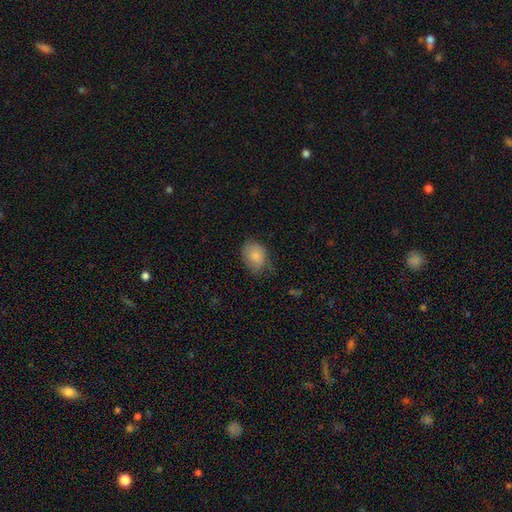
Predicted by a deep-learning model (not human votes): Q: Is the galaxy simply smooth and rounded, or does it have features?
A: smooth — 83%.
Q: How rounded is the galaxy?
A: in between — 67%.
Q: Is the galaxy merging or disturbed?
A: none — 59%.